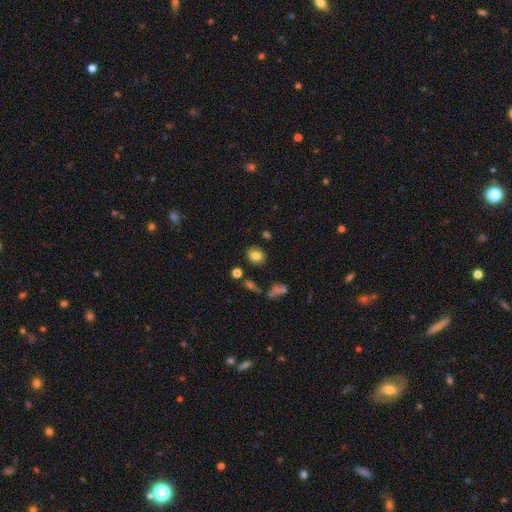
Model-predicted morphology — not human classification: smooth_or_featured: smooth (p=0.80) [alt: star or artifact p=0.11]
how_rounded: round (p=0.59) [alt: in between p=0.40]
merging: none (p=0.82) [alt: minor disturbance p=0.10]